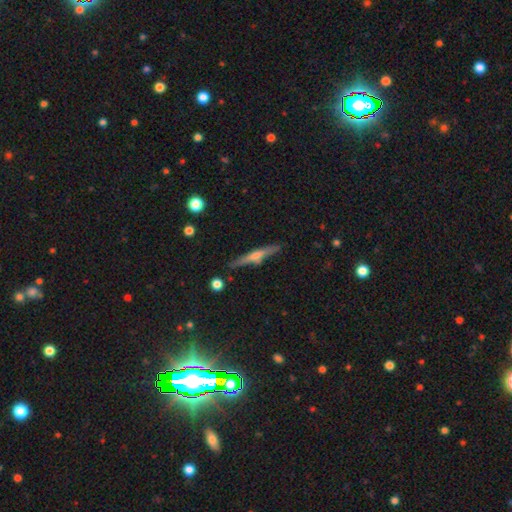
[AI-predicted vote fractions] Smooth or featured? Predicted: featured or disk (p=0.68). Edge-on disk? Predicted: yes (p=0.97). Edge-on bulge? Predicted: rounded (p=0.78). Merging? Predicted: none (p=0.88).